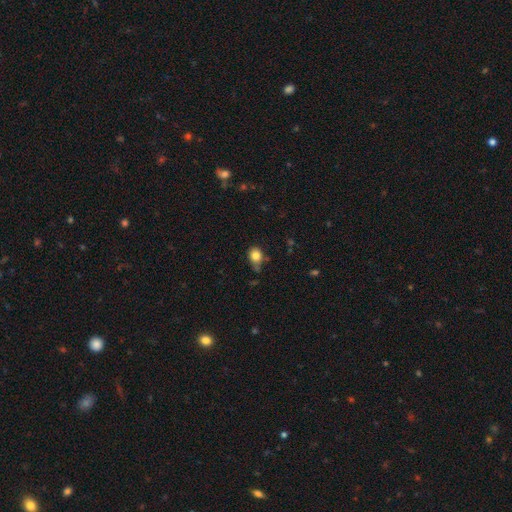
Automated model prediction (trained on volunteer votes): Smooth or featured?
  - smooth: 82% *
  - star or artifact: 11%
  - featured or disk: 7%
How rounded?
  - round: 57% *
  - in between: 42%
  - cigar-shaped: 1%
Merging?
  - none: 61% *
  - minor disturbance: 27%
  - major disturbance: 6%
  - merger: 6%